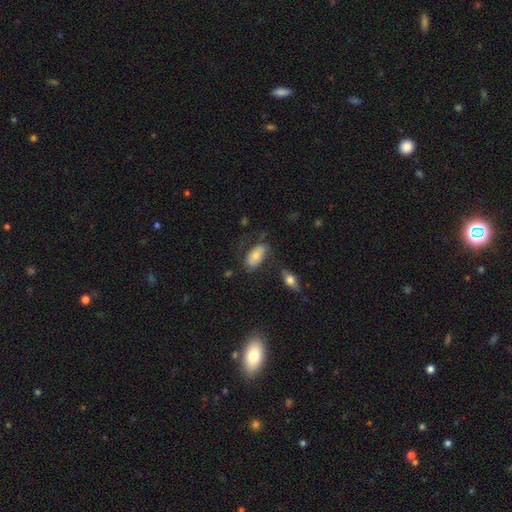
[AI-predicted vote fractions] Q: Smooth or featured?
A: smooth (65%); runner-up: featured or disk (28%)
Q: How rounded?
A: in between (93%); runner-up: round (4%)
Q: Merging?
A: none (57%); runner-up: minor disturbance (22%)